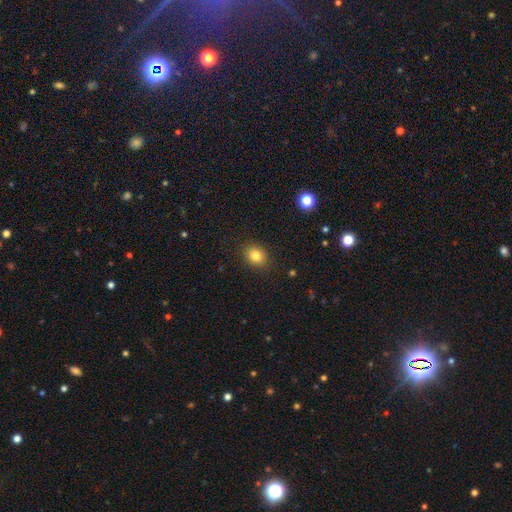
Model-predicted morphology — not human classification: Smooth or featured? Predicted: smooth (p=0.82). How rounded? Predicted: round (p=0.52). Merging? Predicted: none (p=0.89).